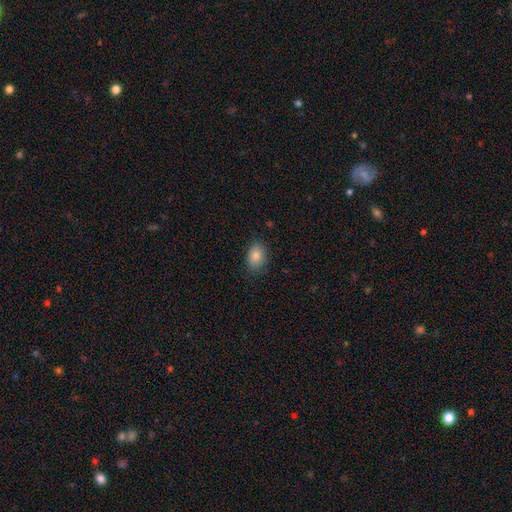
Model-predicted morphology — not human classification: smooth-or-featured: smooth: 85% | star or artifact: 9% | featured or disk: 6%
  how-rounded: in between: 79% | round: 20% | cigar-shaped: 1%
  merging: none: 84% | minor disturbance: 12% | major disturbance: 3% | merger: 1%